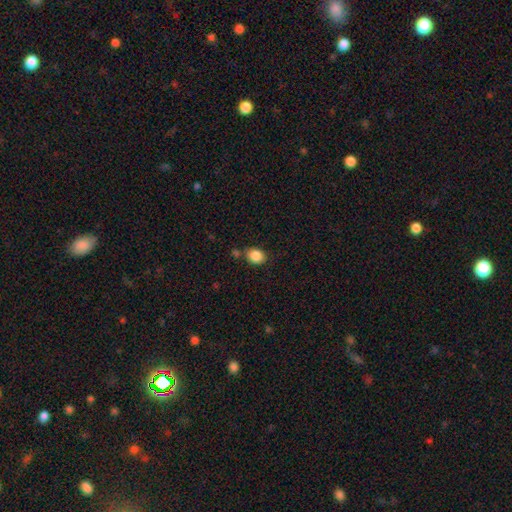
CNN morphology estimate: A smooth galaxy with no disk features (87%) that is round (51%). Merging: none (72%).